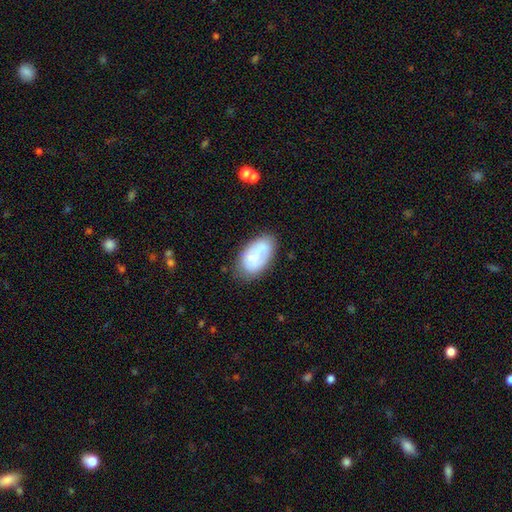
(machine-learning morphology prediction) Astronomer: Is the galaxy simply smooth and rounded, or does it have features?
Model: smooth — 72%.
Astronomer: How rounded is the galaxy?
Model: in between — 94%.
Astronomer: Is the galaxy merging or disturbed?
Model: none — 71%.